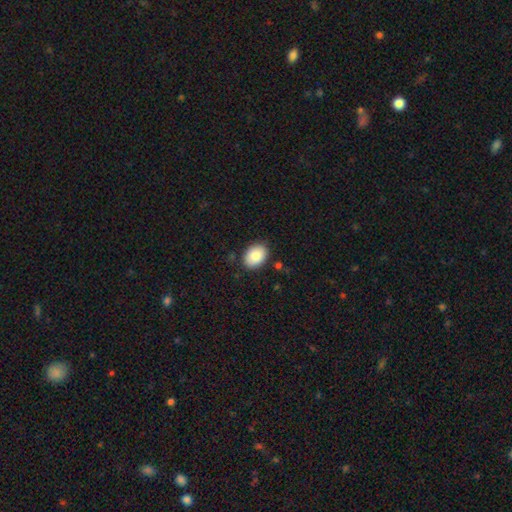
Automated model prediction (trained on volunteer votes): Smooth or featured? smooth (87%)
How rounded? in between (76%)
Merging? none (87%)